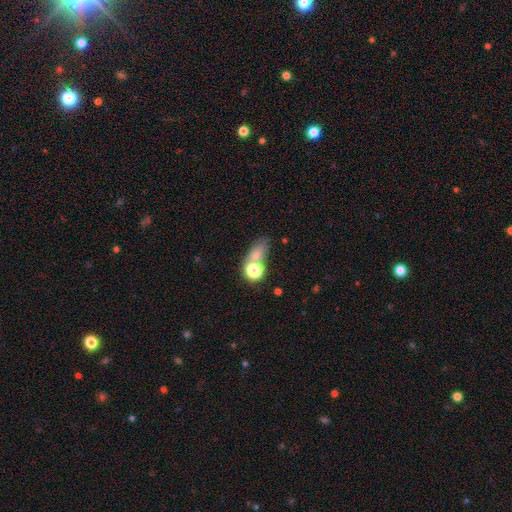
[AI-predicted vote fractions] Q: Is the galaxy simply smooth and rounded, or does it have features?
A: smooth — 63%.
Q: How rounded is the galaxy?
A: in between — 61%.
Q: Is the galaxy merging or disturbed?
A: none — 45%.